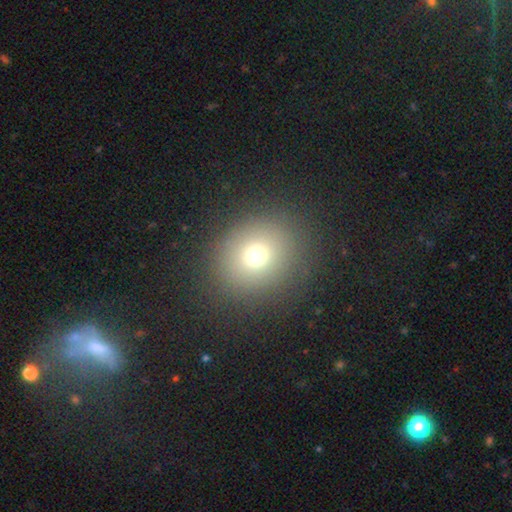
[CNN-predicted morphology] A smooth galaxy with no disk features (71%) that is round (80%). Merging: none (86%).